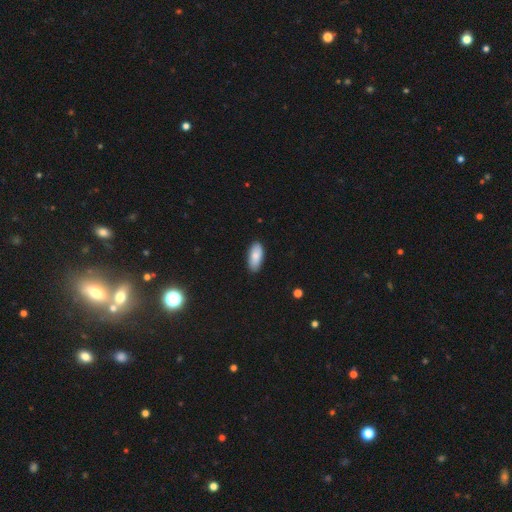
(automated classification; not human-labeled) A smooth galaxy with no disk features (85%) that is in between round and cigar-shaped (88%).

Vote fractions:
- Smooth or featured? smooth: 85% / featured or disk: 9% / star or artifact: 6%
- How rounded? in between: 88% / cigar-shaped: 10% / round: 2%
- Merging? none: 88% / minor disturbance: 10% / major disturbance: 2% / merger: 1%